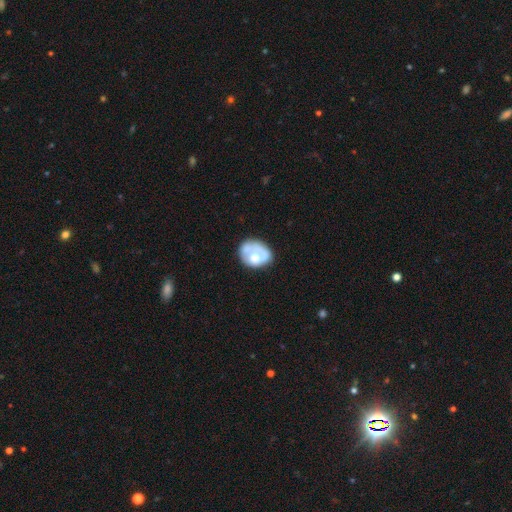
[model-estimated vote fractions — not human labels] smooth 51%, featured or disk 42%, star or artifact 7%. Down the decision tree: how rounded — in between (61%); merging — none (45%).